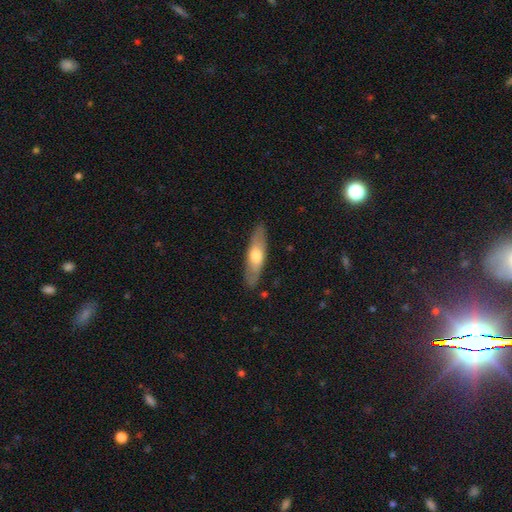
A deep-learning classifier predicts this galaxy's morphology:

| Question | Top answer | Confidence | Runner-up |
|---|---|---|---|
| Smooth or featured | smooth | 53% | featured or disk (42%) |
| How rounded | cigar-shaped | 58% | in between (40%) |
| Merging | none | 87% | minor disturbance (10%) |